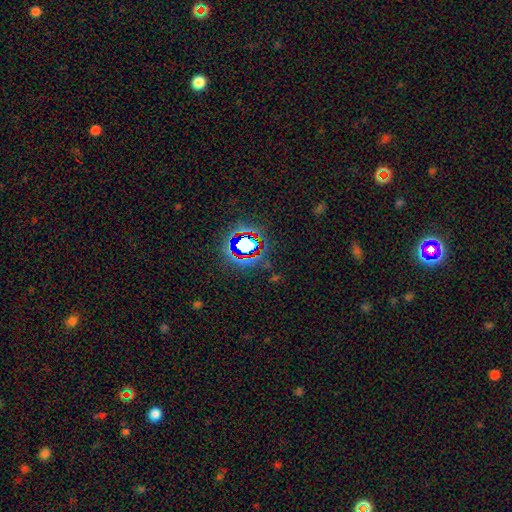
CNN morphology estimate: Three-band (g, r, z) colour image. It shows a star or artifact, not a galaxy (76%).